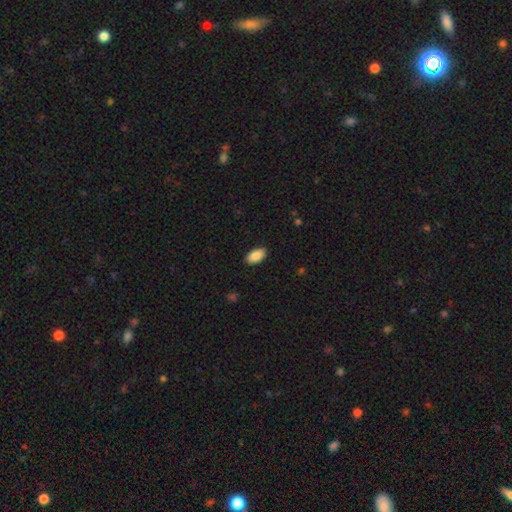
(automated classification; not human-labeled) Overall: smooth (89%). How rounded: in between (95%). Merging: none (88%).